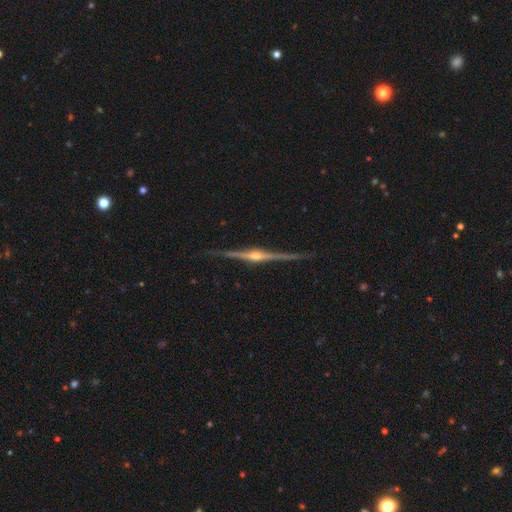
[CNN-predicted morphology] Overall: featured or disk (89%). Edge-on disk: yes (99%). Edge-on bulge: rounded (94%). Merging: none (89%).